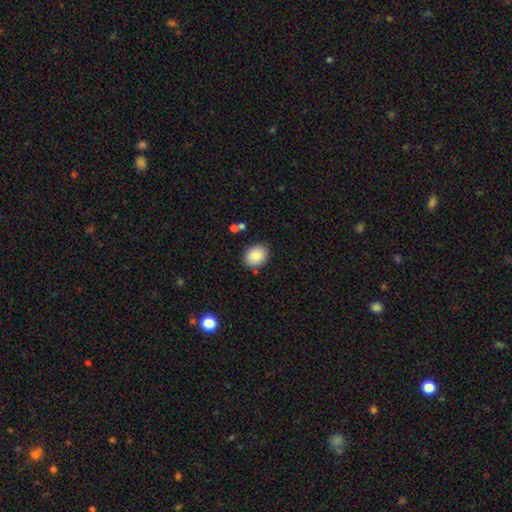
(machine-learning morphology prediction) smooth 86%, star or artifact 8%, featured or disk 7%. Down the decision tree: how rounded — round (54%); merging — none (83%).